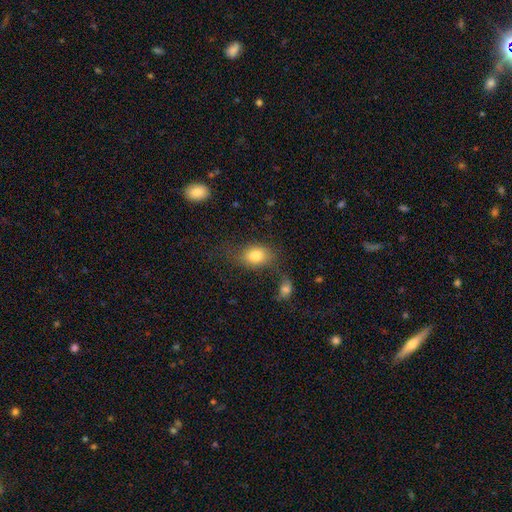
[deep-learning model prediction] Smooth or featured? Predicted: smooth (p=0.78). How rounded? Predicted: in between (p=0.70). Merging? Predicted: none (p=0.54).